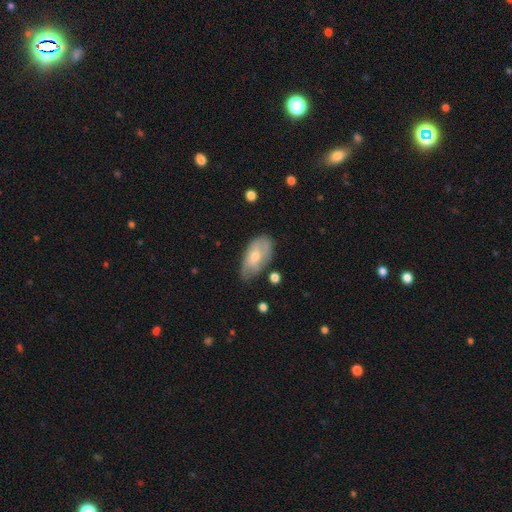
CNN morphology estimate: The model was most divided on "smooth or featured": smooth: 56%, featured or disk: 38%, star or artifact: 7%. More confident: how rounded — in between (91%); merging — none (57%).